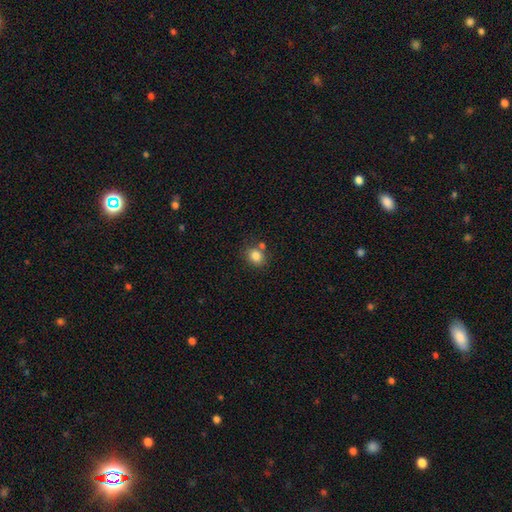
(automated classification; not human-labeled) smooth-or-featured: smooth: 83% | star or artifact: 10% | featured or disk: 7%
  how-rounded: round: 59% | in between: 40% | cigar-shaped: 1%
  merging: none: 68% | merger: 15% | minor disturbance: 13% | major disturbance: 4%